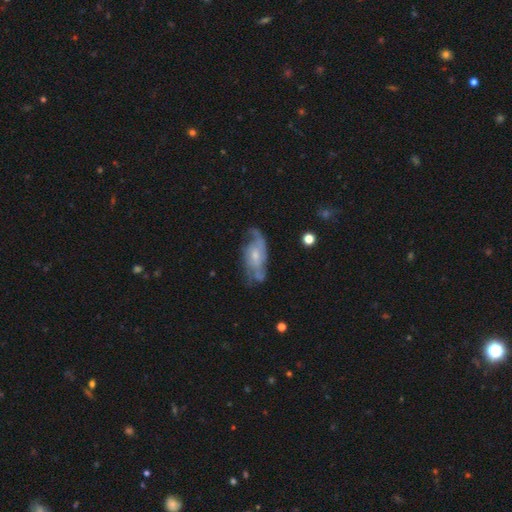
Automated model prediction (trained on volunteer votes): A featured or disk galaxy (77%) with no bar (66%), 2 (50%) medium (43%) spiral arms (88%) and a small central bulge (54%).

Vote fractions:
- Smooth or featured? featured or disk: 77% / smooth: 17% / star or artifact: 6%
- Edge-on disk? no: 93% / yes: 7%
- Bar? no: 66% / weak: 29% / strong: 5%
- Spiral arms? yes: 88% / no: 12%
- Spiral winding? medium: 43% / loose: 31% / tight: 26%
- Spiral arm count? 2: 50% / can't tell: 26% / 3: 10% / 1: 8% / 4: 3% / more than 4: 3%
- Bulge size? small: 54% / moderate: 38% / none: 4% / large: 3% / dominant: 1%
- Merging? none: 56% / minor disturbance: 24% / major disturbance: 17% / merger: 3%